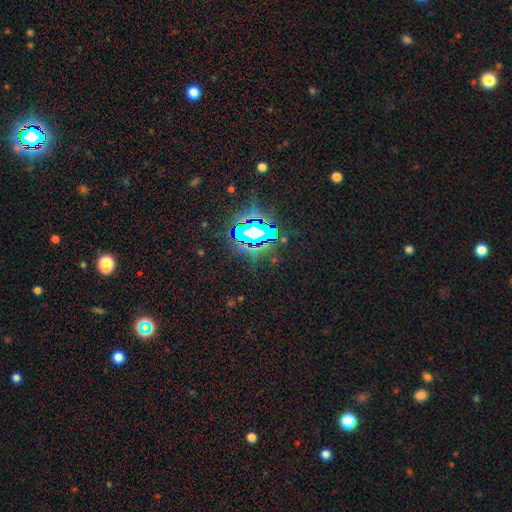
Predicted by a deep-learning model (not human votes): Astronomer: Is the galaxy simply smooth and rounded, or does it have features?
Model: star or artifact — 84%.